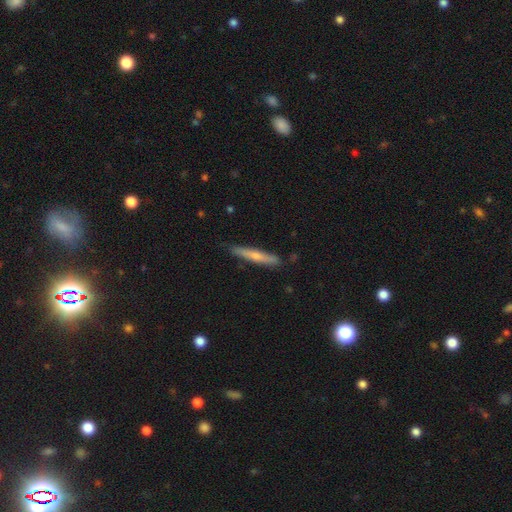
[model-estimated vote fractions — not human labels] A smooth galaxy with no disk features (51%) that is cigar-shaped (94%).

Vote fractions:
- Smooth or featured? smooth: 51% / featured or disk: 44% / star or artifact: 6%
- How rounded? cigar-shaped: 94% / in between: 5% / round: 1%
- Merging? none: 85% / minor disturbance: 11% / major disturbance: 2% / merger: 1%